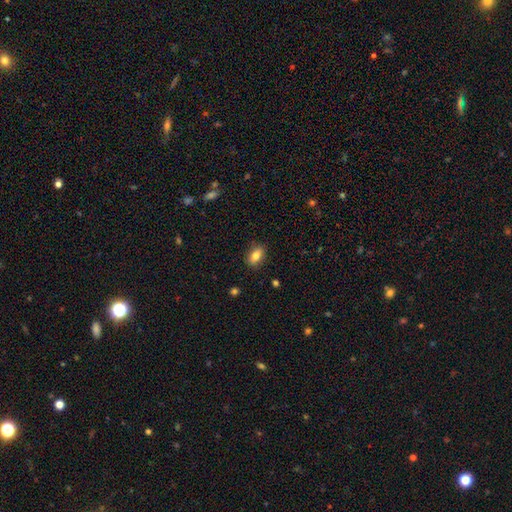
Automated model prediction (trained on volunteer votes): This appears to be a smooth galaxy with no disk features (79%) that is in between round and cigar-shaped (85%). Merging: none (85%).